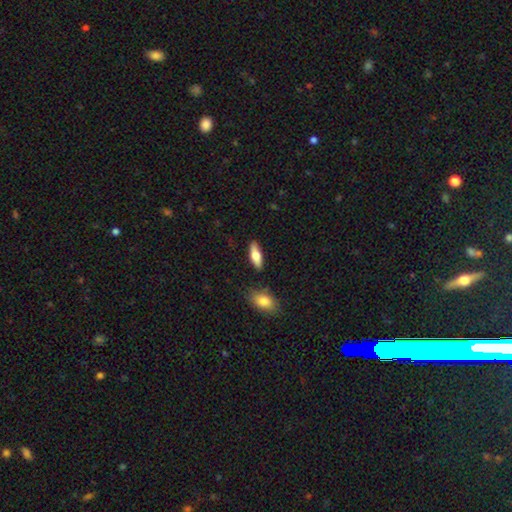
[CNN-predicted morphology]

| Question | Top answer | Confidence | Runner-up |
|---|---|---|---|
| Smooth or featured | smooth | 65% | featured or disk (29%) |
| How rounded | in between | 61% | cigar-shaped (36%) |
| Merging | none | 86% | minor disturbance (9%) |